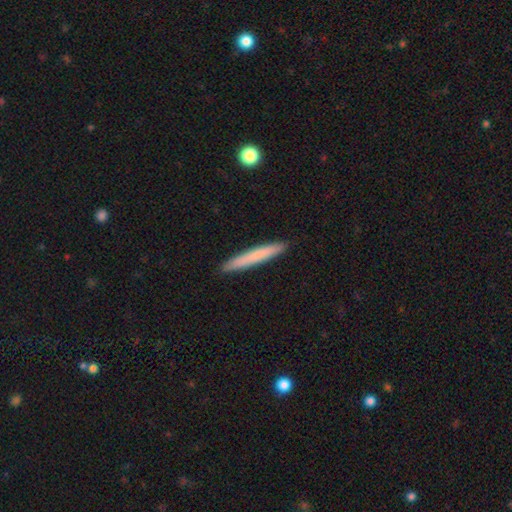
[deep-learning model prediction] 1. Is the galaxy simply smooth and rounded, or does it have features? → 74% smooth, 21% featured or disk, 6% star or artifact.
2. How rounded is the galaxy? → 96% cigar-shaped, 3% in between, 1% round.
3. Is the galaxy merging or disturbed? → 92% none, 6% minor disturbance, 1% major disturbance, 1% merger.